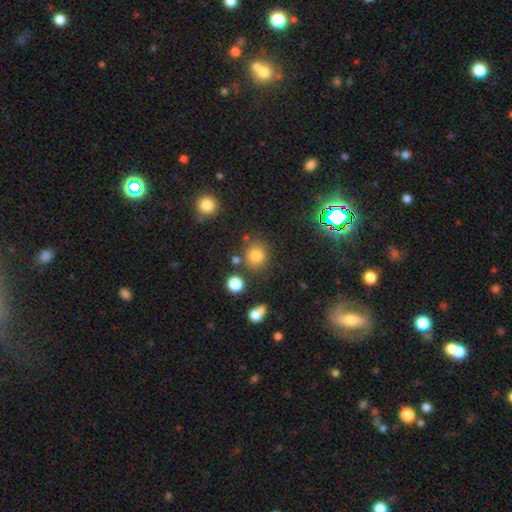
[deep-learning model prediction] smooth_or_featured: smooth (p=0.77) [alt: star or artifact p=0.16]
how_rounded: round (p=0.81) [alt: in between p=0.18]
merging: none (p=0.77) [alt: minor disturbance p=0.12]